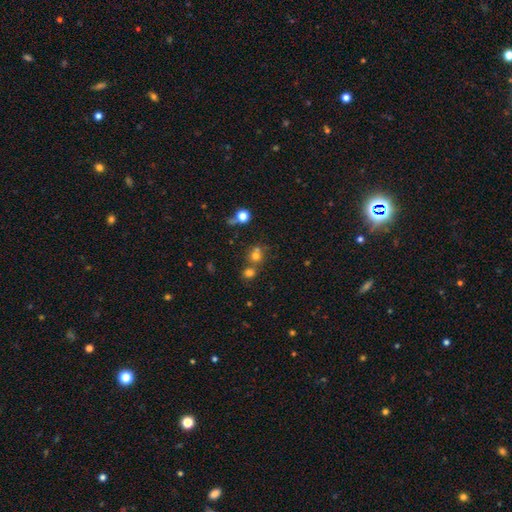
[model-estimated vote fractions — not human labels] The model was most divided on "merging": none: 51%, merger: 37%, minor disturbance: 8%, major disturbance: 4%. More confident: how rounded — round (83%); smooth or featured — smooth (66%).